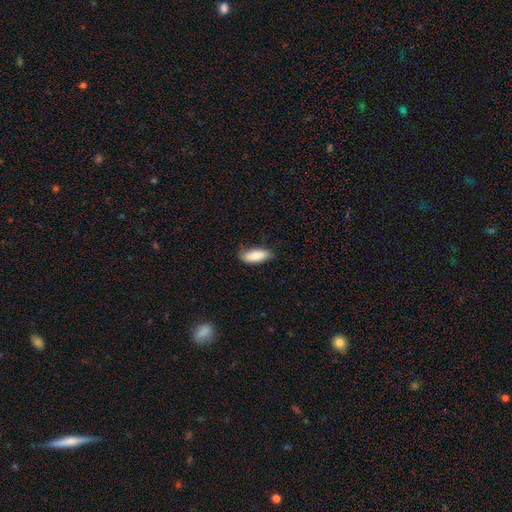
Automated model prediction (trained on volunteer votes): Smooth or featured: smooth — 86% (featured or disk — 8%)
How rounded: in between — 79% (cigar-shaped — 19%)
Merging: none — 69% (minor disturbance — 26%)